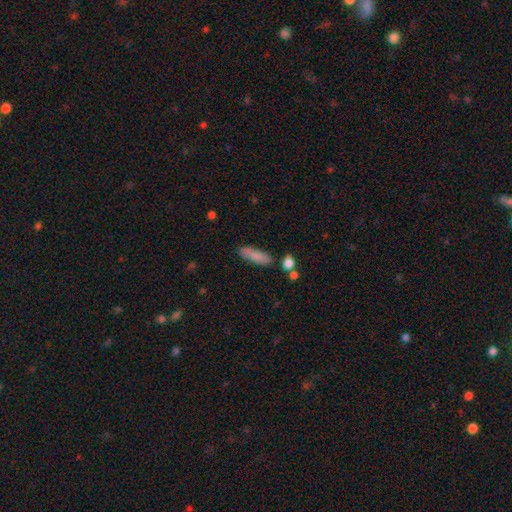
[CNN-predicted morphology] Smooth or featured: smooth — 84% (featured or disk — 9%)
How rounded: cigar-shaped — 58% (in between — 40%)
Merging: none — 78% (minor disturbance — 13%)